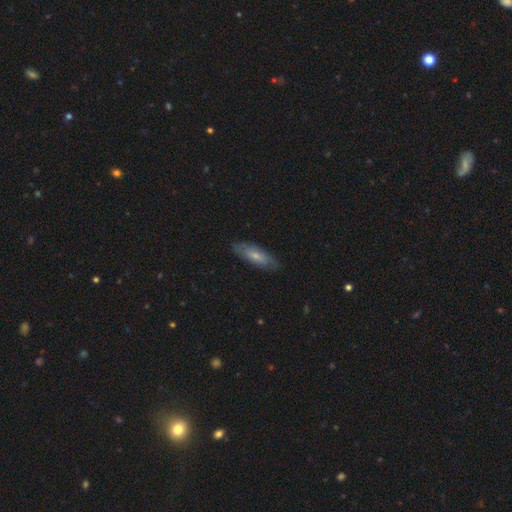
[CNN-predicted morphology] A smooth galaxy with no disk features (63%) that is in between round and cigar-shaped (59%).

Vote fractions:
- Smooth or featured? smooth: 63% / featured or disk: 31% / star or artifact: 6%
- How rounded? in between: 59% / cigar-shaped: 38% / round: 2%
- Merging? none: 81% / minor disturbance: 14% / major disturbance: 3% / merger: 1%